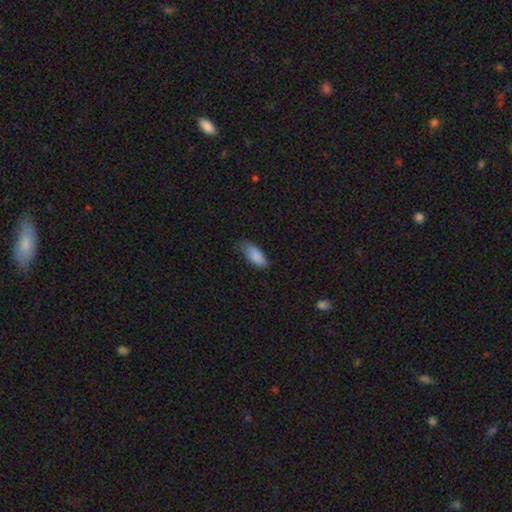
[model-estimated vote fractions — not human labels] Morphology: type=smooth (87%); roundness=in between (84%); merging=none (57%).